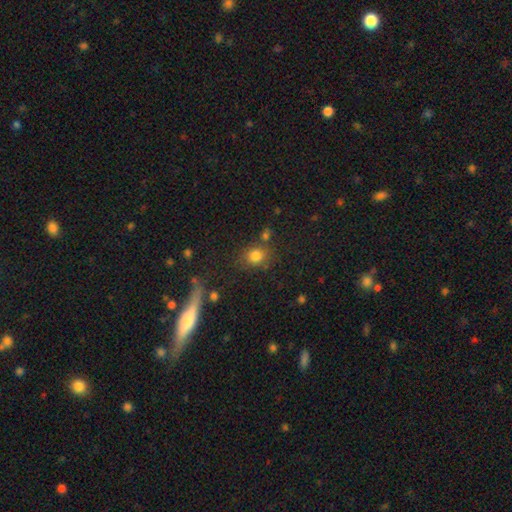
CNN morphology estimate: smooth_or_featured: smooth (p=0.79) [alt: star or artifact p=0.14]
how_rounded: round (p=0.72) [alt: in between p=0.27]
merging: none (p=0.71) [alt: minor disturbance p=0.13]